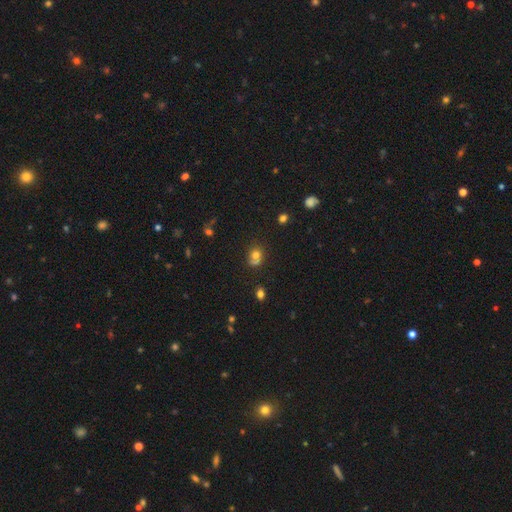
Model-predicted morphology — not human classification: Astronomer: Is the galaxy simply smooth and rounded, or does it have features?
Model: smooth — 73%.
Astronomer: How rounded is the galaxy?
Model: round — 73%.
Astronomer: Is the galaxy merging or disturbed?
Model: none — 47% (runner-up: merger, 34%).